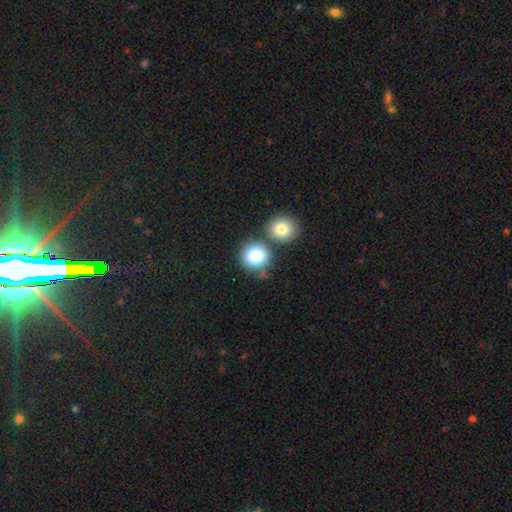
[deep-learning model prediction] Q: Smooth or featured?
A: smooth (82%); runner-up: featured or disk (9%)
Q: How rounded?
A: round (88%); runner-up: in between (11%)
Q: Merging?
A: none (59%); runner-up: merger (26%)